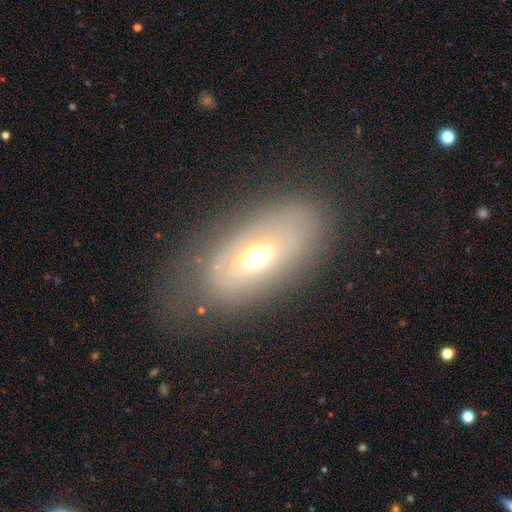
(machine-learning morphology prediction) Smooth or featured: featured or disk — 46% (smooth — 43%)
Merging: none — 70% (minor disturbance — 17%)